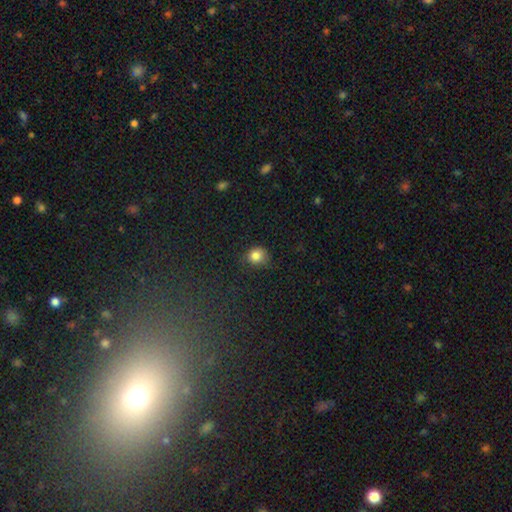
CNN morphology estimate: This appears to be a smooth galaxy with no disk features (83%) that is round (81%). Merging: none (73%).